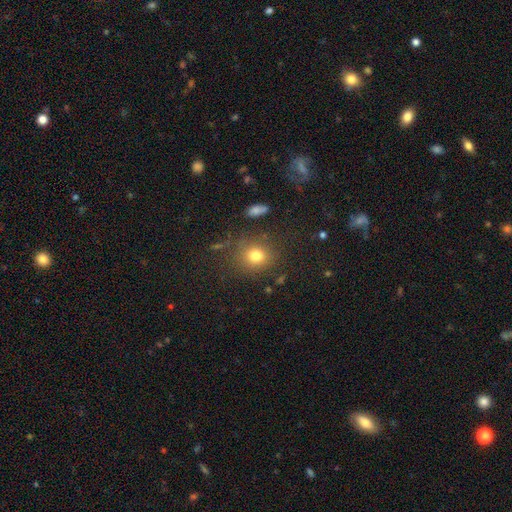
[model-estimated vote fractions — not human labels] smooth_or_featured: smooth (p=0.78) [alt: star or artifact p=0.14]
how_rounded: round (p=0.76) [alt: in between p=0.23]
merging: none (p=0.81) [alt: minor disturbance p=0.11]